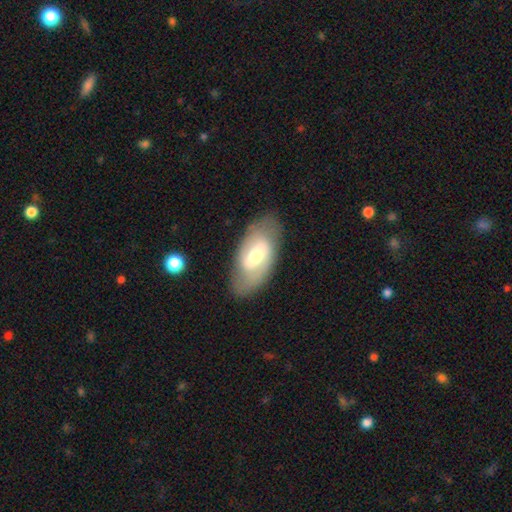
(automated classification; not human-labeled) Smooth or featured: featured or disk — 60% (smooth — 34%)
Edge-on disk: no — 91% (yes — 9%)
Bar: weak — 49% (strong — 26%)
Spiral arms: yes — 65% (no — 35%)
Bulge size: moderate — 58% (small — 33%)
Merging: none — 80% (minor disturbance — 14%)